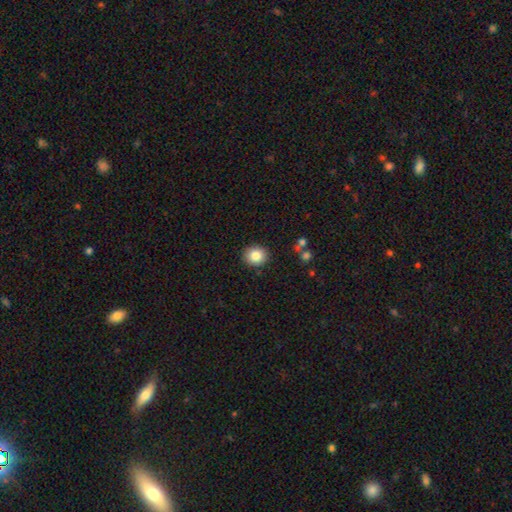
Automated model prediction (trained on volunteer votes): The model was most divided on "how rounded": round: 81%, in between: 18%, cigar-shaped: 1%. More confident: merging — none (89%); smooth or featured — smooth (84%).